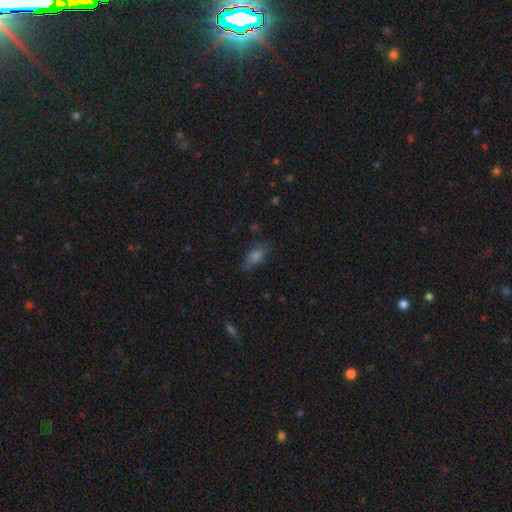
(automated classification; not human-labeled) Smooth or featured? smooth (63%)
How rounded? in between (75%)
Merging? none (65%)